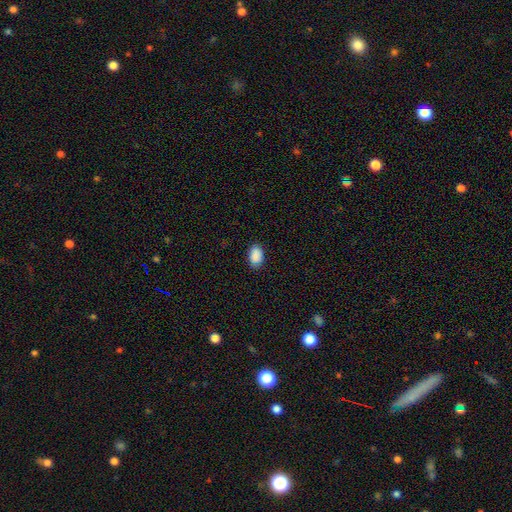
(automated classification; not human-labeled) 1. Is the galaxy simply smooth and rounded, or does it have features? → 89% smooth, 8% star or artifact, 3% featured or disk.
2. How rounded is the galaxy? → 87% in between, 12% round, 1% cigar-shaped.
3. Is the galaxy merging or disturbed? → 84% none, 13% minor disturbance, 2% major disturbance, 1% merger.